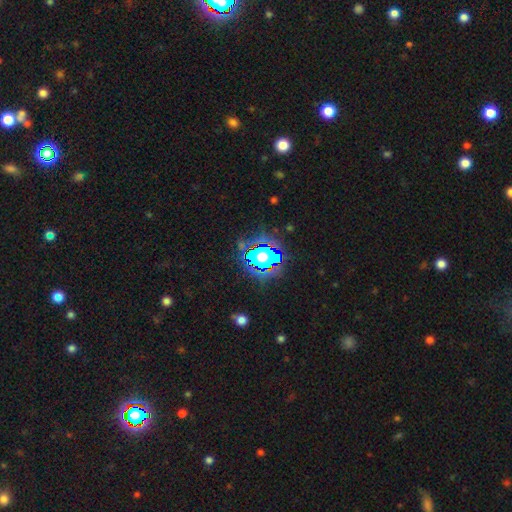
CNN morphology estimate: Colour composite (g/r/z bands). It shows a star or artifact, not a galaxy (72%).